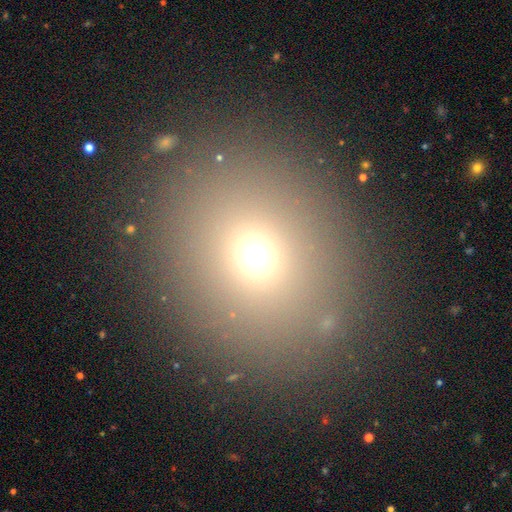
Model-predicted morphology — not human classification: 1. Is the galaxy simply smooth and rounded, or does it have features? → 68% smooth, 22% star or artifact, 10% featured or disk.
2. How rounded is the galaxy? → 72% round, 27% in between, 1% cigar-shaped.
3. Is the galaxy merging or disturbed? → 87% none, 7% minor disturbance, 4% major disturbance, 2% merger.